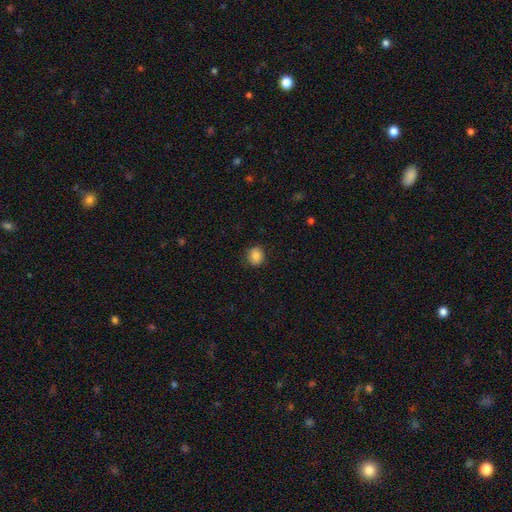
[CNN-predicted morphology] This is clearly a smooth galaxy (83%). How rounded: likely round (79%). Merging: clearly none (86%).